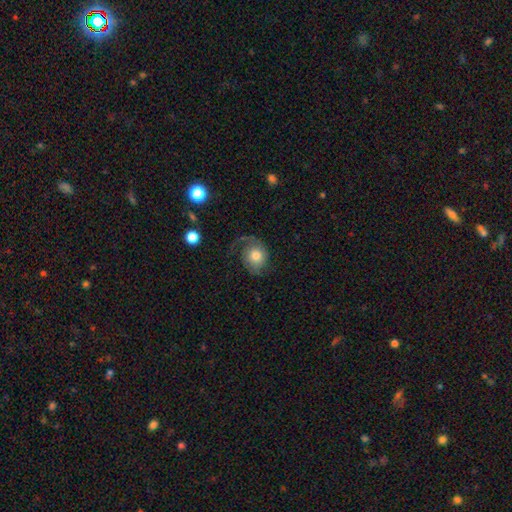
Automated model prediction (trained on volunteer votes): A featured or disk galaxy (53%) with no bar (79%), spiral arms (89%) and a moderate central bulge (54%). Merging: none (48%).